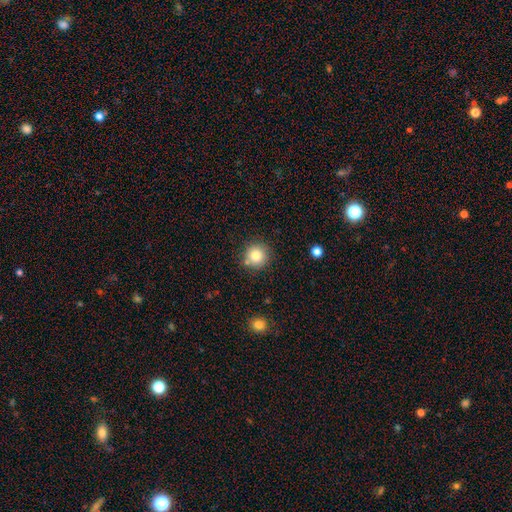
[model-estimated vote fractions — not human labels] This is clearly a smooth galaxy (82%). How rounded: clearly round (94%). Merging: clearly none (81%).